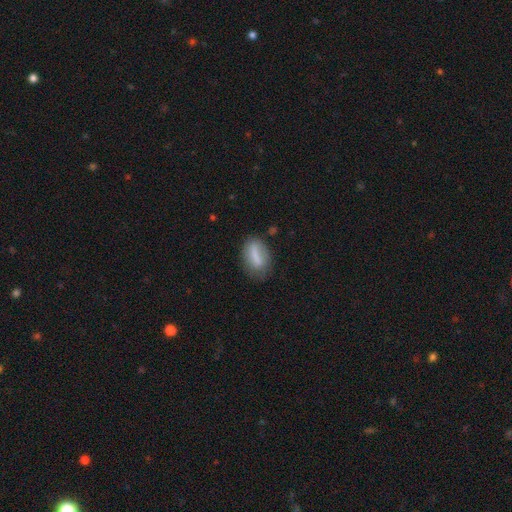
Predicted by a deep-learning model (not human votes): Smooth or featured: smooth — 73% (featured or disk — 20%)
How rounded: in between — 79% (cigar-shaped — 13%)
Merging: none — 65% (minor disturbance — 23%)